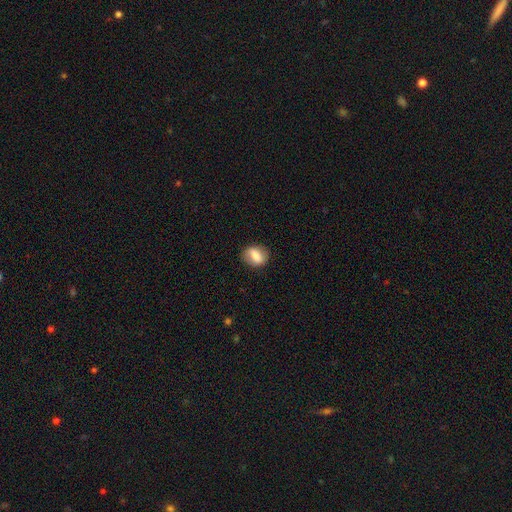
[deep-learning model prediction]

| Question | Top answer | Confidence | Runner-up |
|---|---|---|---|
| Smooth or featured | smooth | 71% | featured or disk (21%) |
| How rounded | in between | 62% | round (35%) |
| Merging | none | 81% | minor disturbance (13%) |